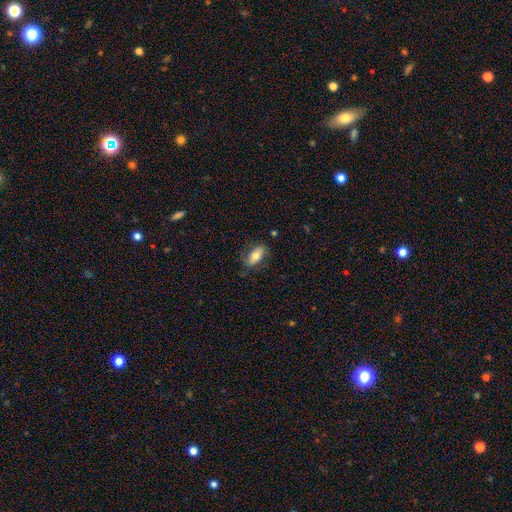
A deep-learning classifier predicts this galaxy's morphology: Overall: smooth (65%; featured or disk 28%). How rounded: in between (88%). Merging: none (75%).